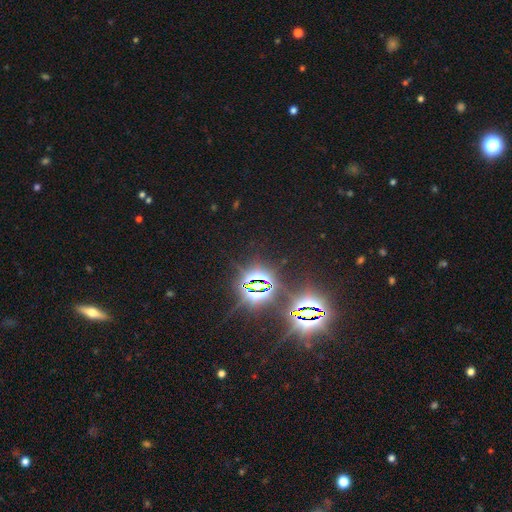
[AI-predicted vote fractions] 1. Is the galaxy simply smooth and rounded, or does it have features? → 82% star or artifact, 11% smooth, 8% featured or disk.